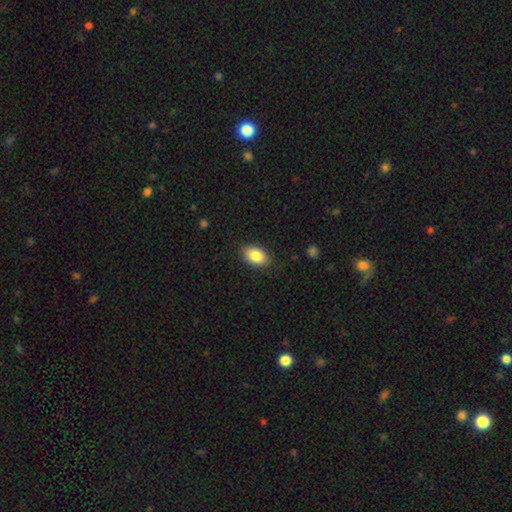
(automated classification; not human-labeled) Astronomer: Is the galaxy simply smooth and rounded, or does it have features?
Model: smooth — 85%.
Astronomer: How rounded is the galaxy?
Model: in between — 90%.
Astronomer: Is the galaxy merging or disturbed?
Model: none — 86%.